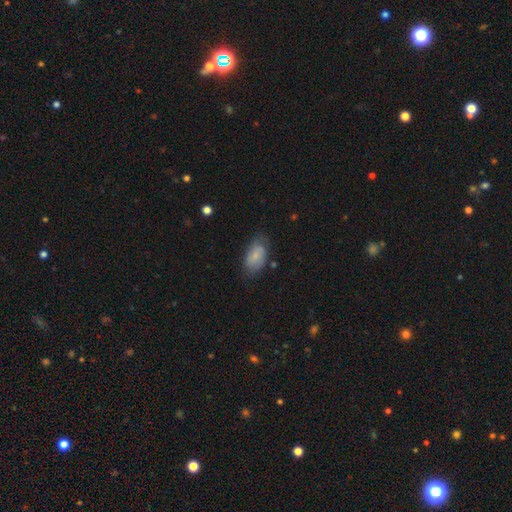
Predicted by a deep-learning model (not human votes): The model was most divided on "merging": none: 67%, minor disturbance: 24%, major disturbance: 7%, merger: 2%. More confident: how rounded — in between (92%); smooth or featured — smooth (69%).